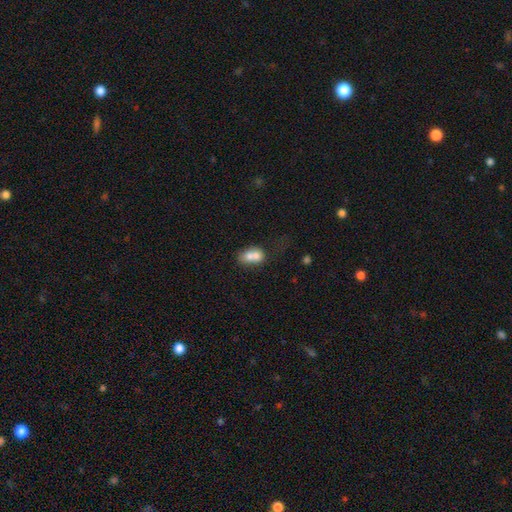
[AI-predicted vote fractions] A smooth galaxy with no disk features (70%) that is in between round and cigar-shaped (67%).

Vote fractions:
- Smooth or featured? smooth: 70% / featured or disk: 21% / star or artifact: 9%
- How rounded? in between: 67% / round: 31% / cigar-shaped: 2%
- Merging? merger: 64% / none: 21% / minor disturbance: 9% / major disturbance: 6%